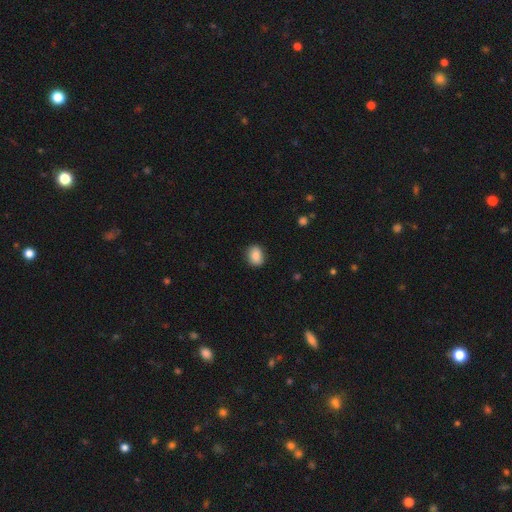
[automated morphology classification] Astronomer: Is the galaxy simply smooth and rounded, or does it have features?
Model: smooth — 86%.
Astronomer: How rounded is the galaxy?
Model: in between — 57% (runner-up: round, 42%).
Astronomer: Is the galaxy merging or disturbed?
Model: none — 86%.